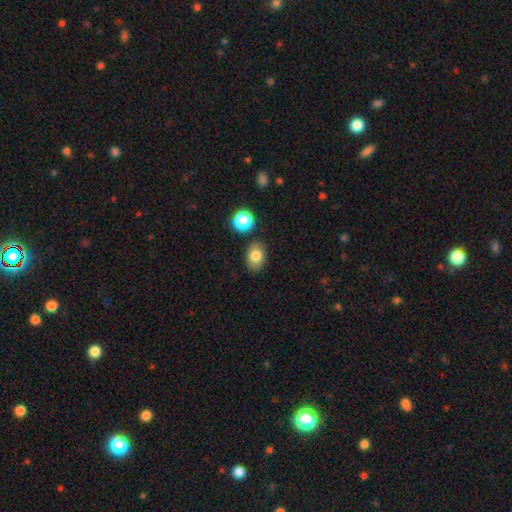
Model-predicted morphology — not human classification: Smooth or featured?
  - smooth: 80% *
  - featured or disk: 11%
  - star or artifact: 10%
How rounded?
  - in between: 79% *
  - round: 19%
  - cigar-shaped: 1%
Merging?
  - none: 81% *
  - minor disturbance: 12%
  - merger: 4%
  - major disturbance: 3%